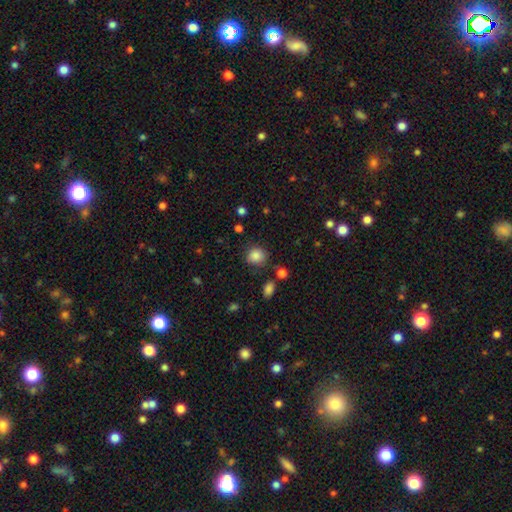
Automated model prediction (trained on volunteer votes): This is clearly a smooth galaxy (85%). How rounded: likely round (80%). Merging: likely none (79%).